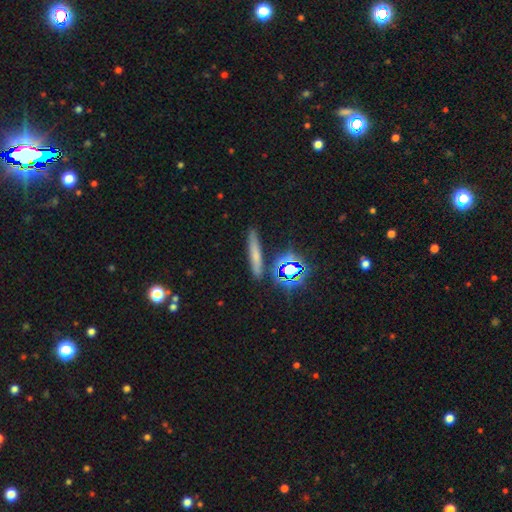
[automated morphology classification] Smooth or featured? Predicted: smooth (p=0.59). How rounded? Predicted: cigar-shaped (p=0.83). Merging? Predicted: none (p=0.84).